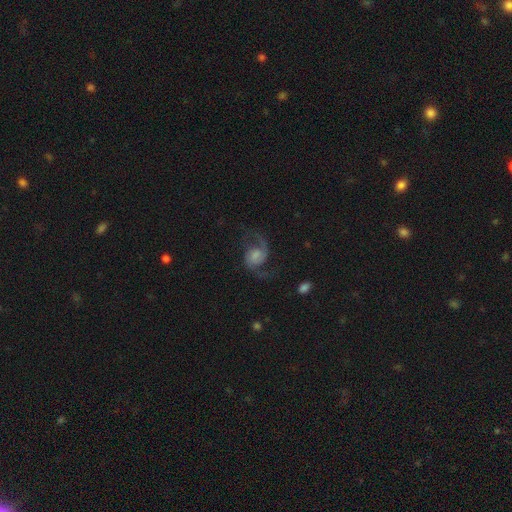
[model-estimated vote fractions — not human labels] smooth_or_featured: featured or disk (p=0.83) [alt: smooth p=0.11]
disk_edge_on: no (p=0.98) [alt: yes p=0.02]
bar: no (p=0.58) [alt: weak p=0.36]
has_spiral_arms: yes (p=0.96) [alt: no p=0.04]
spiral_winding: loose (p=0.52) [alt: medium p=0.40]
spiral_arm_count: 2 (p=0.92) [alt: 1 p=0.03]
bulge_size: moderate (p=0.29) [alt: none p=0.24]
merging: none (p=0.67) [alt: minor disturbance p=0.16]